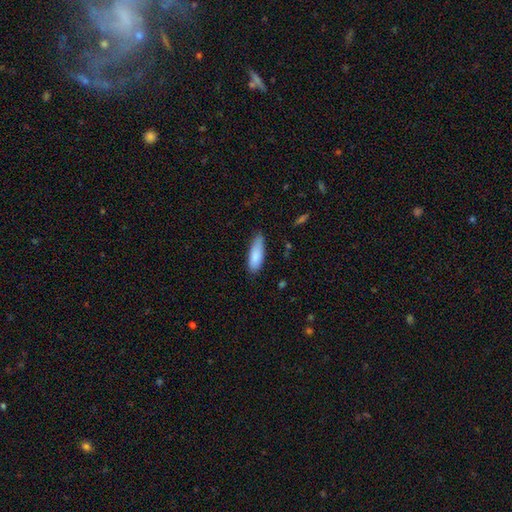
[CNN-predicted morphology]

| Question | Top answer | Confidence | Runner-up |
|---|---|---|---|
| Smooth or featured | smooth | 86% | featured or disk (8%) |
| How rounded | in between | 62% | cigar-shaped (36%) |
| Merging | none | 71% | minor disturbance (24%) |